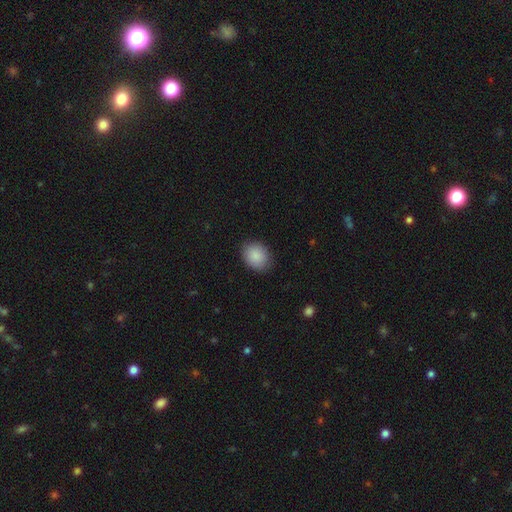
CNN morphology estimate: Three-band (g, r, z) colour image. It shows a smooth galaxy with no disk features (89%) that is in between round and cigar-shaped (54%). Merging: none (86%).